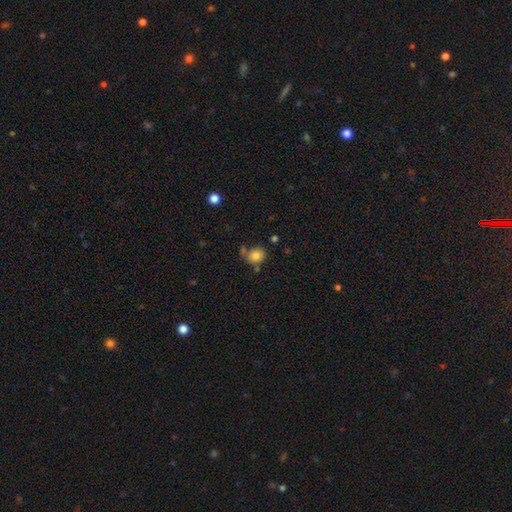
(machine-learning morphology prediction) This is clearly a smooth galaxy (82%). How rounded: likely round (60%). Merging: likely none (66%).